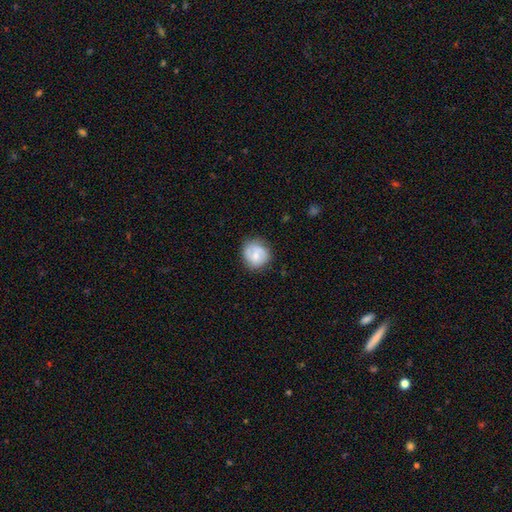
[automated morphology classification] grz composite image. It shows a smooth galaxy with no disk features (57%) that is round (83%). Merging: none (70%).